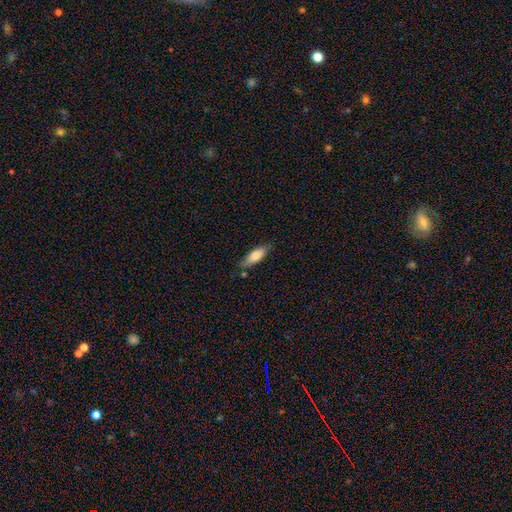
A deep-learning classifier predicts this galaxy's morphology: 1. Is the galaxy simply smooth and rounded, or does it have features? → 80% smooth, 13% featured or disk, 6% star or artifact.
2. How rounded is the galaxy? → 70% in between, 28% cigar-shaped, 2% round.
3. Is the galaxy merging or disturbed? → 74% none, 19% minor disturbance, 4% merger, 4% major disturbance.